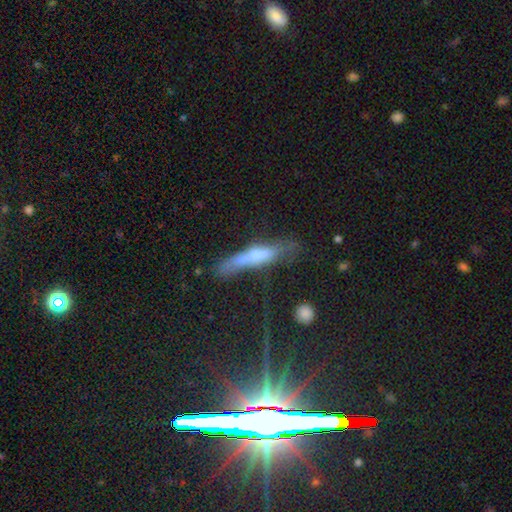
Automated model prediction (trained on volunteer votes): smooth_or_featured: smooth (p=0.50) [alt: featured or disk p=0.41]
how_rounded: cigar-shaped (p=0.86) [alt: in between p=0.12]
merging: none (p=0.50) [alt: minor disturbance p=0.28]